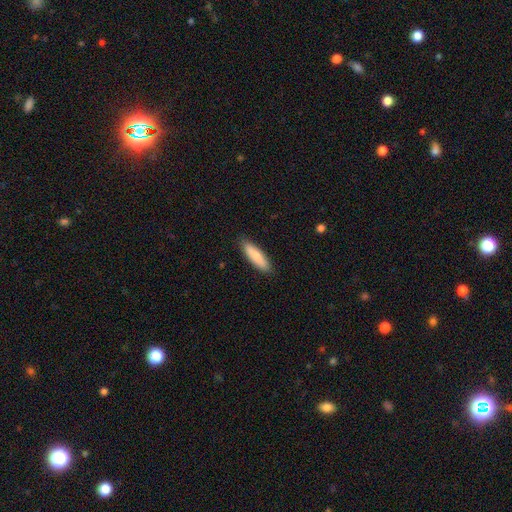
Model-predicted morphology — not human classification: smooth 84%, featured or disk 11%, star or artifact 5%. Down the decision tree: how rounded — cigar-shaped (66%); merging — none (89%).